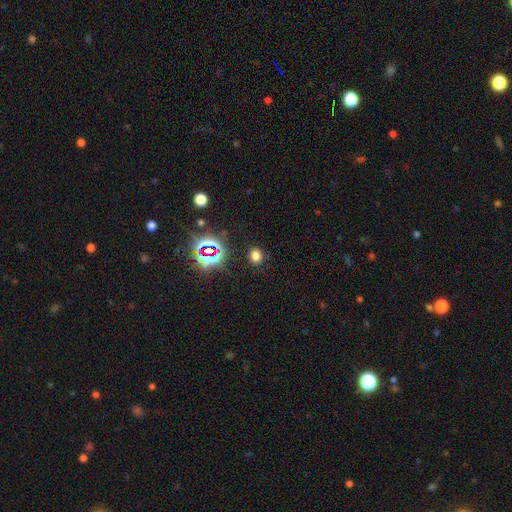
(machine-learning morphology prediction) smooth_or_featured: smooth (p=0.69) [alt: star or artifact p=0.25]
how_rounded: round (p=0.58) [alt: in between p=0.41]
merging: none (p=0.87) [alt: minor disturbance p=0.08]